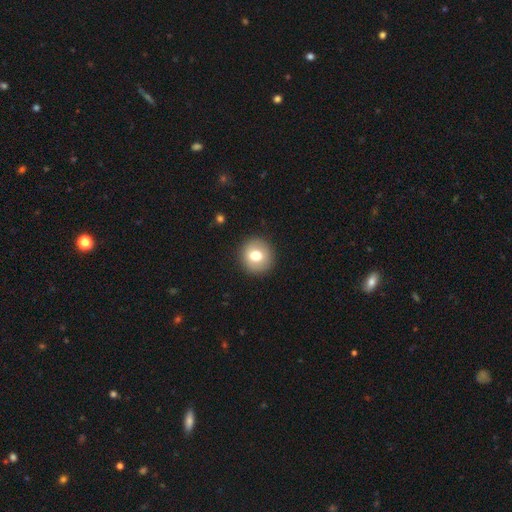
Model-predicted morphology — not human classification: This is likely a smooth galaxy (74%). How rounded: clearly round (91%). Merging: clearly none (92%).